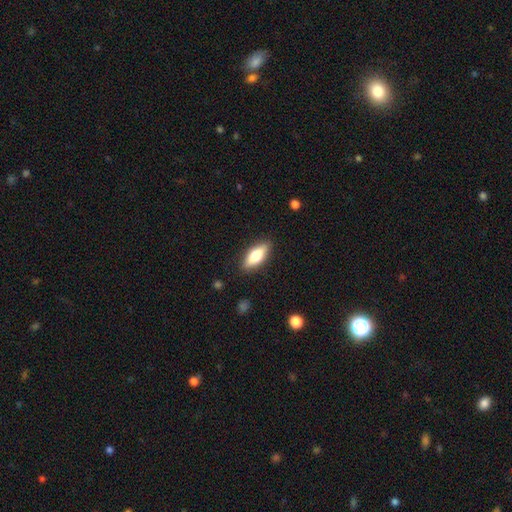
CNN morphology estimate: A smooth galaxy with no disk features (73%) that is in between round and cigar-shaped (72%).

Vote fractions:
- Smooth or featured? smooth: 73% / featured or disk: 21% / star or artifact: 6%
- How rounded? in between: 72% / cigar-shaped: 26% / round: 2%
- Merging? none: 86% / minor disturbance: 10% / major disturbance: 2% / merger: 1%